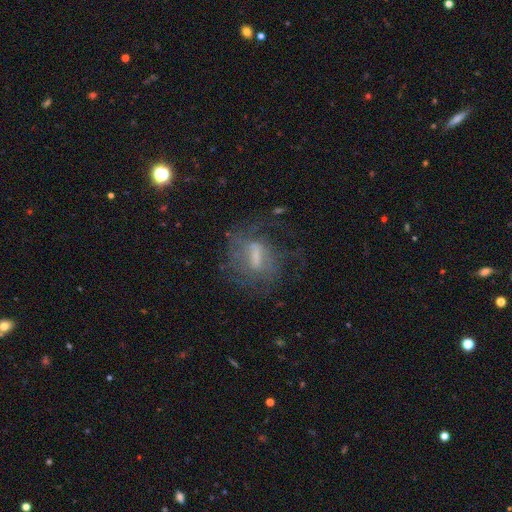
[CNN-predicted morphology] Overall: featured or disk (59%; smooth 28%). Edge-on disk: no (90%). Bar: weak (42%; strong 40%). Spiral arms: yes (59%; no 41%). Bulge size: moderate (33%; small 29%). Merging: none (49%; major disturbance 29%).